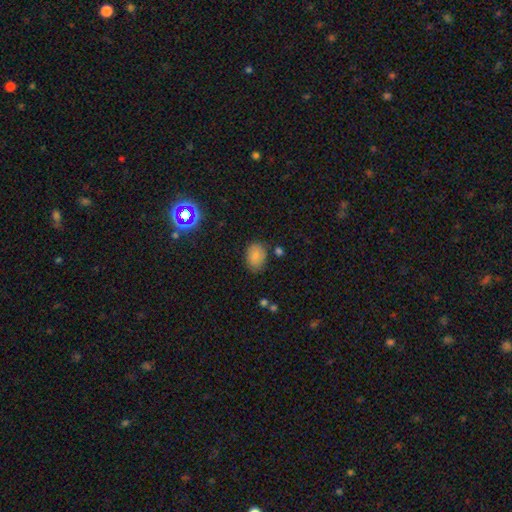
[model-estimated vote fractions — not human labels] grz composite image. It shows a smooth galaxy with no disk features (82%) that is in between round and cigar-shaped (72%). Merging: none (76%).